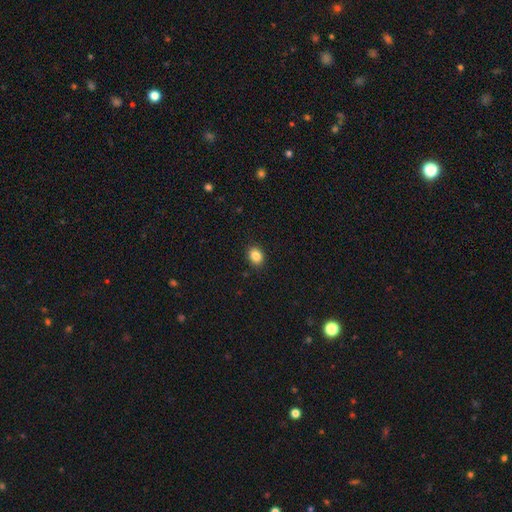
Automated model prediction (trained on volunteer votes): smooth-or-featured: smooth: 86% | star or artifact: 10% | featured or disk: 4%
  how-rounded: in between: 58% | round: 41% | cigar-shaped: 1%
  merging: none: 89% | minor disturbance: 8% | major disturbance: 2% | merger: 1%